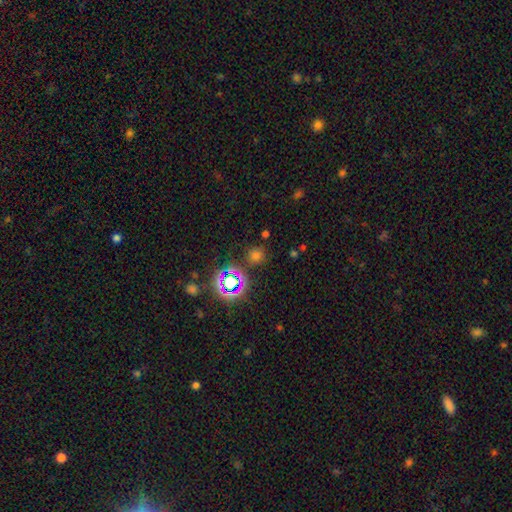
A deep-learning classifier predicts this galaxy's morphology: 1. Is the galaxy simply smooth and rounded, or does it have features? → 63% smooth, 30% star or artifact, 7% featured or disk.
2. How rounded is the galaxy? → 91% round, 8% in between, 1% cigar-shaped.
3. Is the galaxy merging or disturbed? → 82% none, 9% minor disturbance, 5% merger, 4% major disturbance.